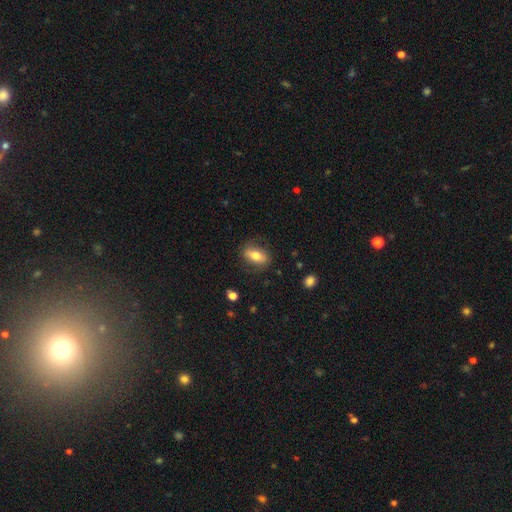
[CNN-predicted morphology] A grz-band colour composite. It shows a smooth galaxy with no disk features (70%) that is in between round and cigar-shaped (80%). Merging: none (80%).